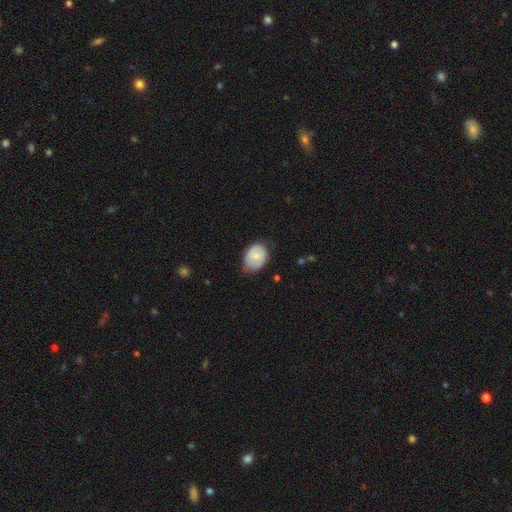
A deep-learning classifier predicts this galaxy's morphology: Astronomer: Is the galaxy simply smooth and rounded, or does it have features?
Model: smooth — 69%.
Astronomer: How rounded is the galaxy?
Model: in between — 68%.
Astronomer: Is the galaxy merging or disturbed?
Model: none — 58%.